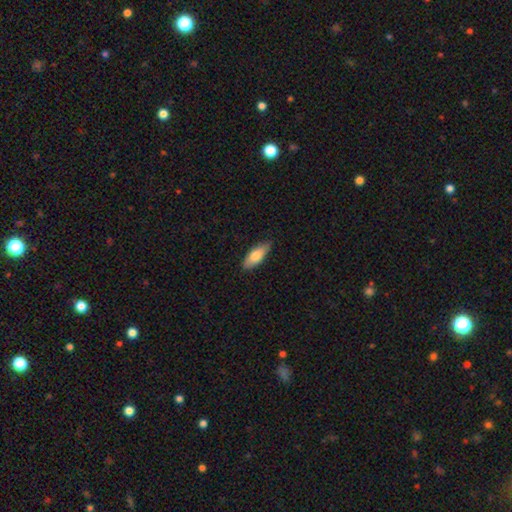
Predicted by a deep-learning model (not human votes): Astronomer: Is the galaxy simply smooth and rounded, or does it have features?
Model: smooth — 77%.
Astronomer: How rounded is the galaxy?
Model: in between — 75%.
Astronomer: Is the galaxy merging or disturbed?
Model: none — 84%.